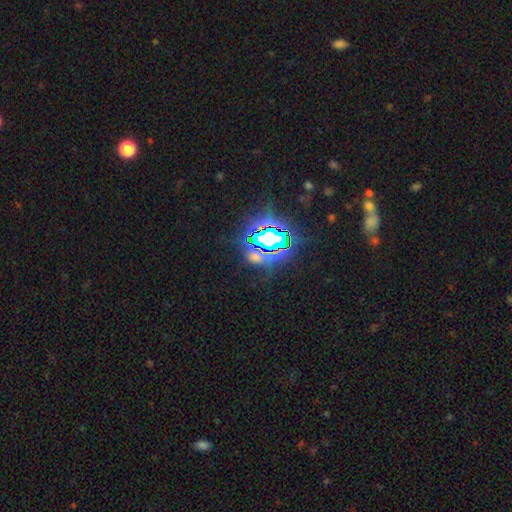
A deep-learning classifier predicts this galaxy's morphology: This appears to be a star or artifact, not a galaxy (72%).